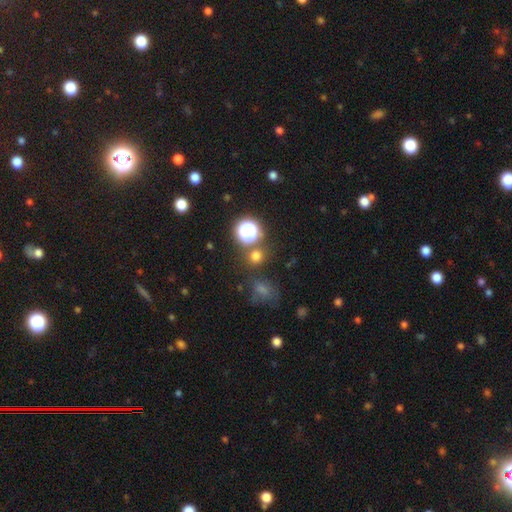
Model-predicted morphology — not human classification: Smooth or featured: smooth — 65% (star or artifact — 29%)
How rounded: round — 86% (in between — 13%)
Merging: none — 74% (merger — 13%)